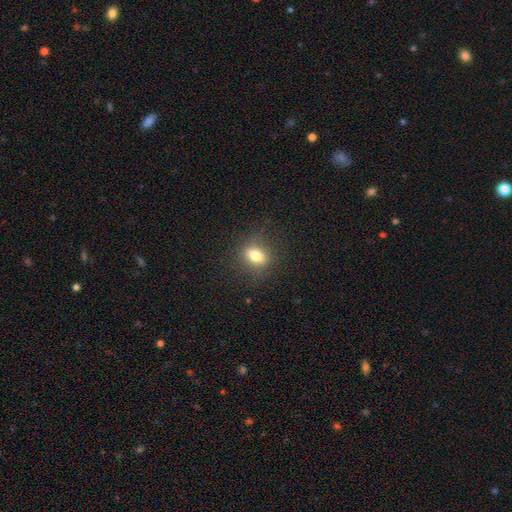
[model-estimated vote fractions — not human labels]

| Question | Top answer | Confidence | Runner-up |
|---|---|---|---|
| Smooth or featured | smooth | 75% | featured or disk (12%) |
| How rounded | in between | 56% | round (40%) |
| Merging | none | 84% | minor disturbance (11%) |